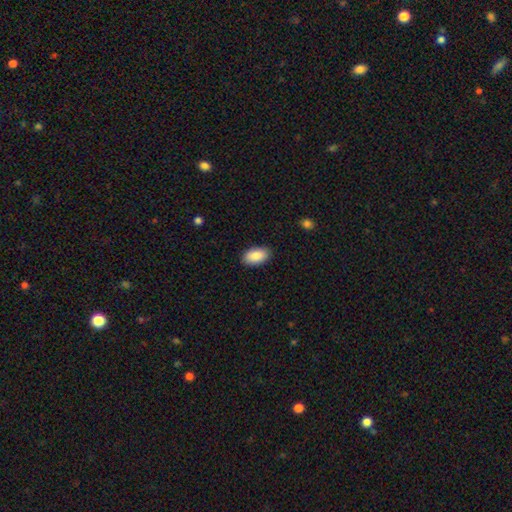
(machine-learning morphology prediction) type=smooth (89%); roundness=in between (95%); merging=none (89%).